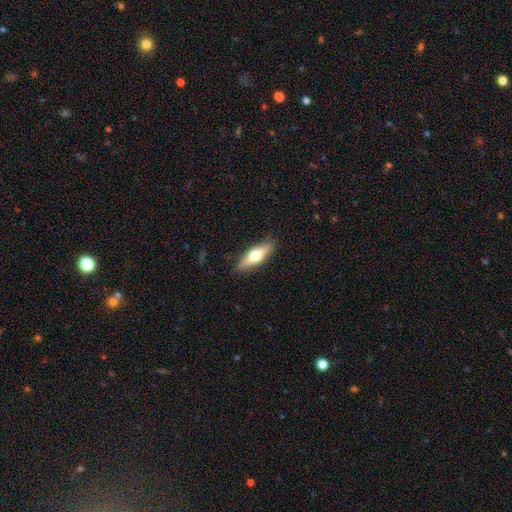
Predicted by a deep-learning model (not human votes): Smooth or featured?
  - smooth: 57% *
  - featured or disk: 37%
  - star or artifact: 6%
How rounded?
  - in between: 54% *
  - cigar-shaped: 43%
  - round: 3%
Merging?
  - none: 88% *
  - minor disturbance: 9%
  - major disturbance: 2%
  - merger: 1%